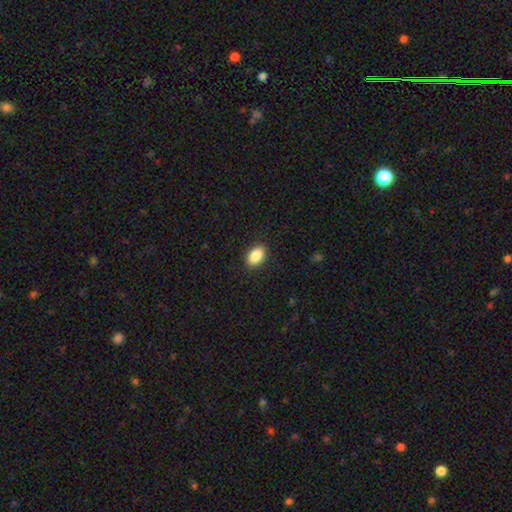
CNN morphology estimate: A smooth galaxy with no disk features (87%) that is in between round and cigar-shaped (90%).

Vote fractions:
- Smooth or featured? smooth: 87% / star or artifact: 7% / featured or disk: 5%
- How rounded? in between: 90% / round: 9% / cigar-shaped: 1%
- Merging? none: 89% / minor disturbance: 8% / major disturbance: 2% / merger: 1%